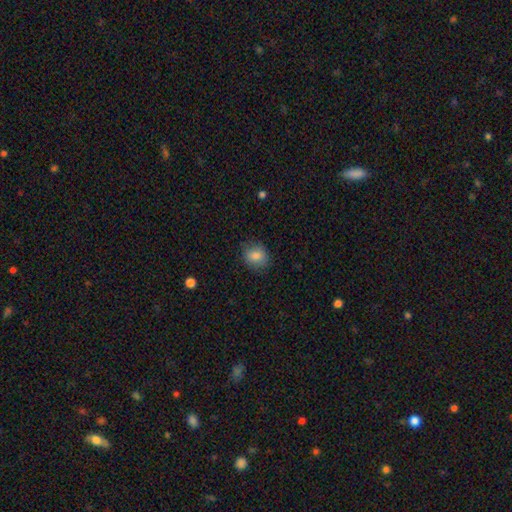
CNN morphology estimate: Smooth or featured? Predicted: smooth (p=0.85). How rounded? Predicted: round (p=0.58). Merging? Predicted: none (p=0.80).